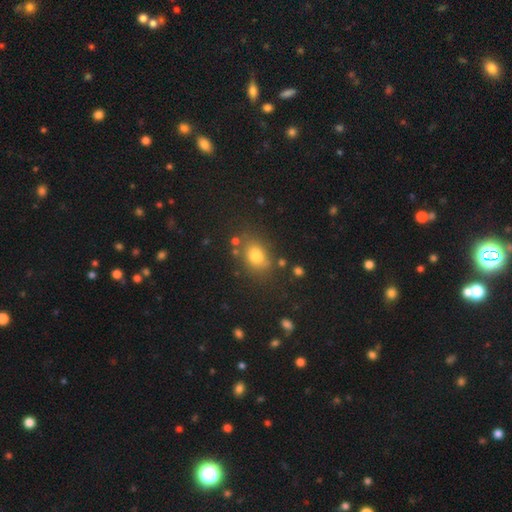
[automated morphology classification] Smooth or featured? smooth (77%)
How rounded? in between (59%)
Merging? none (74%)